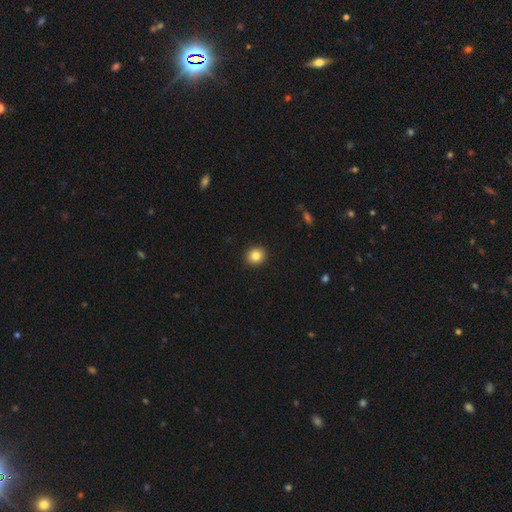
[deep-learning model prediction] The model was most divided on "how rounded": round: 83%, in between: 16%, cigar-shaped: 1%. More confident: merging — none (93%); smooth or featured — smooth (84%).